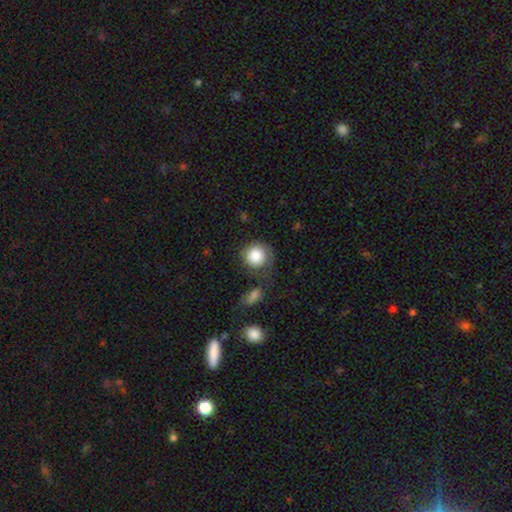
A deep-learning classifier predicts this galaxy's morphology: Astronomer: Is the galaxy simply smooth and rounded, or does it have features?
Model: smooth — 81%.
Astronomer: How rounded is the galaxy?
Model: round — 89%.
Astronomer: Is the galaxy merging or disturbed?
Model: none — 51%.